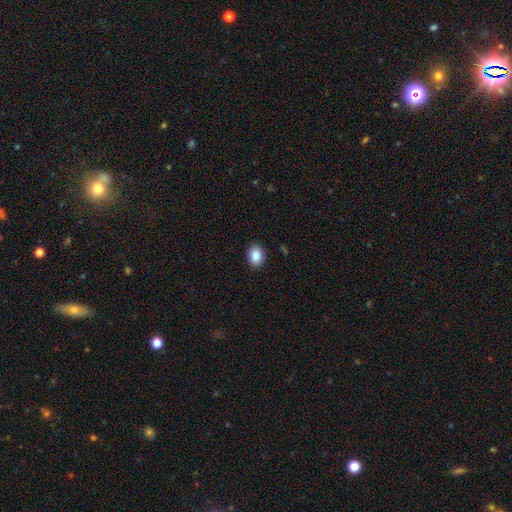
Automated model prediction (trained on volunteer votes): This appears to be a smooth galaxy with no disk features (87%) that is in between round and cigar-shaped (62%). Merging: none (90%).